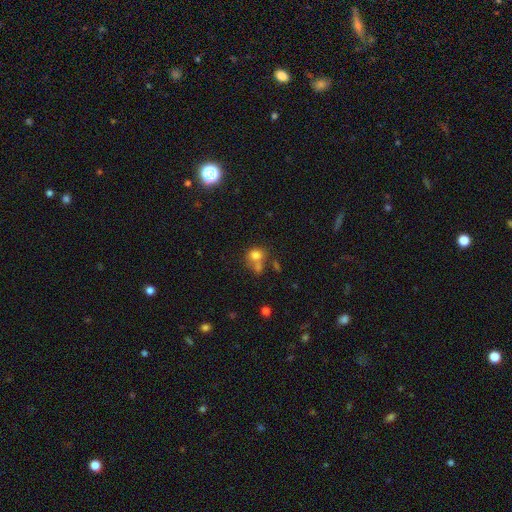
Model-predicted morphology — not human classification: The model was most divided on "merging": none: 41%, merger: 38%, minor disturbance: 13%, major disturbance: 8%. More confident: smooth or featured — smooth (75%); how rounded — round (64%).